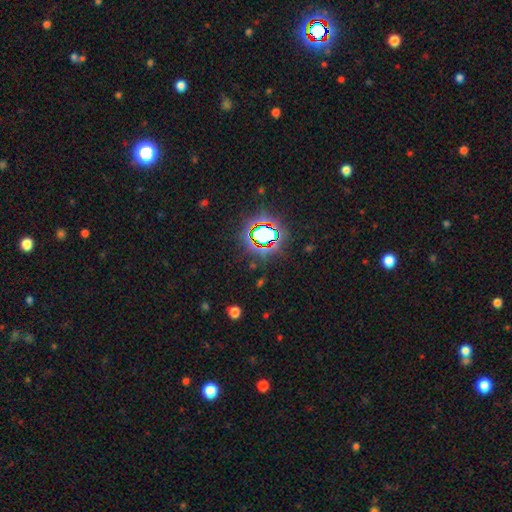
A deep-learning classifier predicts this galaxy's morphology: This appears to be a star or artifact, not a galaxy (83%).